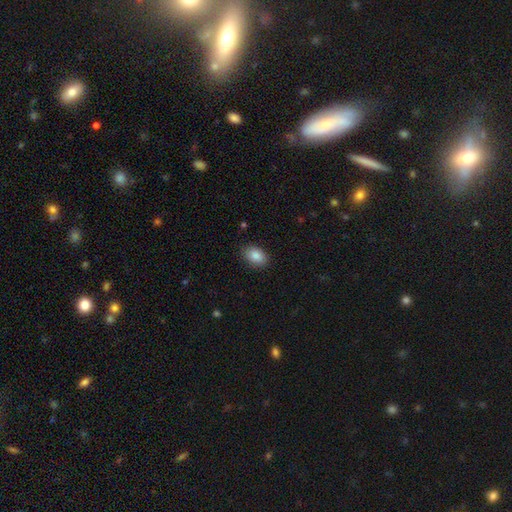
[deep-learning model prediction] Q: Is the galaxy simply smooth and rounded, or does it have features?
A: smooth — 88%.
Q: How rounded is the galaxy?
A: in between — 85%.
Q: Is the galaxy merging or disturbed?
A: none — 87%.